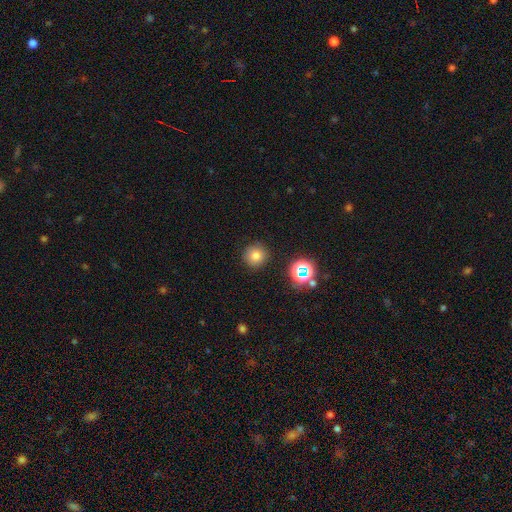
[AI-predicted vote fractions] Overall: smooth (76%). How rounded: round (94%). Merging: none (89%).